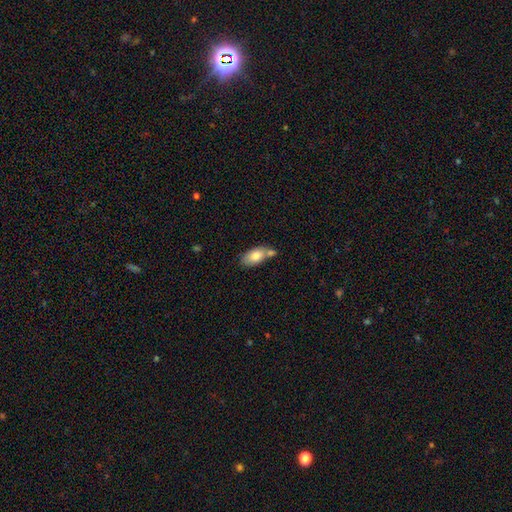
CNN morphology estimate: smooth_or_featured: smooth (p=0.77) [alt: featured or disk p=0.16]
how_rounded: in between (p=0.90) [alt: cigar-shaped p=0.05]
merging: none (p=0.43) [alt: merger p=0.36]